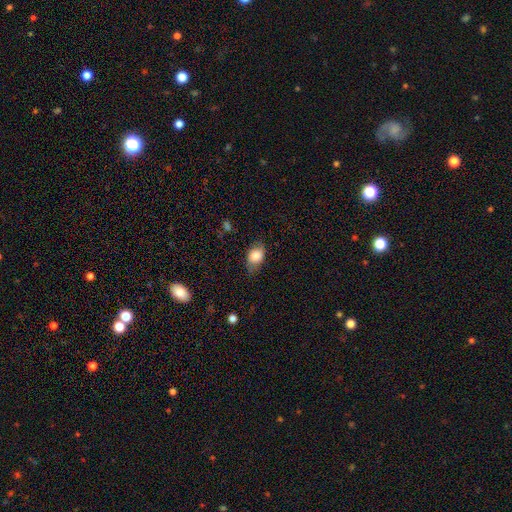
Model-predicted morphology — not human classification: smooth-or-featured: smooth: 79% | featured or disk: 13% | star or artifact: 8%
  how-rounded: in between: 76% | round: 22% | cigar-shaped: 2%
  merging: none: 64% | minor disturbance: 26% | major disturbance: 8% | merger: 1%